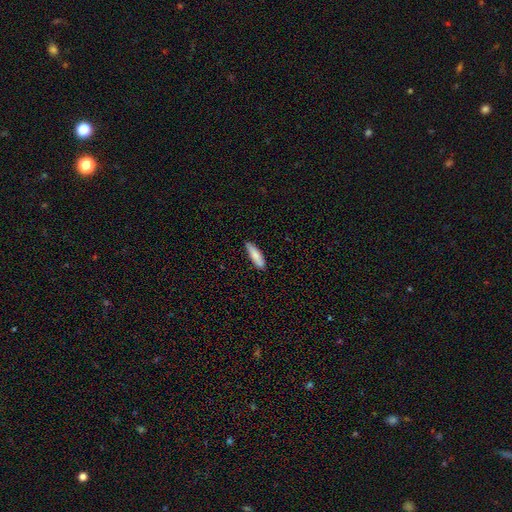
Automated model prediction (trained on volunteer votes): This is clearly a smooth galaxy (84%). How rounded: possibly cigar-shaped (60%). Merging: clearly none (83%).